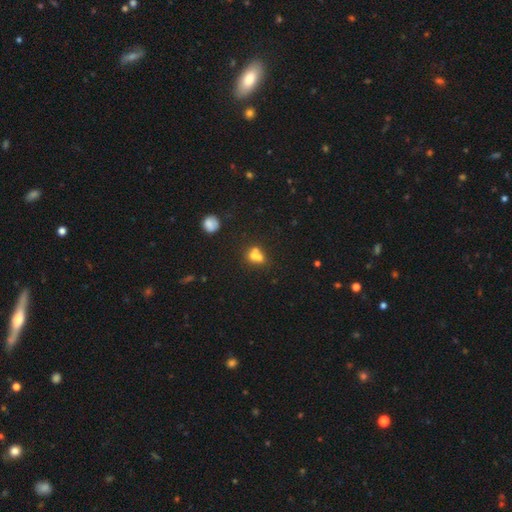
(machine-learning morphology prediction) Q: Smooth or featured?
A: smooth (63%); runner-up: featured or disk (20%)
Q: How rounded?
A: round (61%); runner-up: in between (37%)
Q: Merging?
A: merger (55%); runner-up: none (31%)